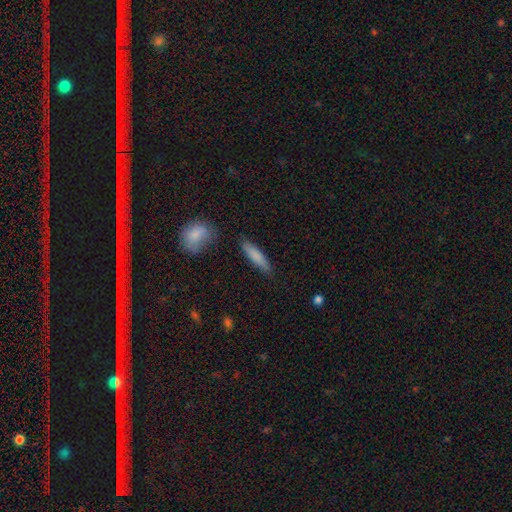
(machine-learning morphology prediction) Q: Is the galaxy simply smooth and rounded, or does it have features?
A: smooth — 80%.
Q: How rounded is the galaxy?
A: cigar-shaped — 81%.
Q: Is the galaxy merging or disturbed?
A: none — 84%.